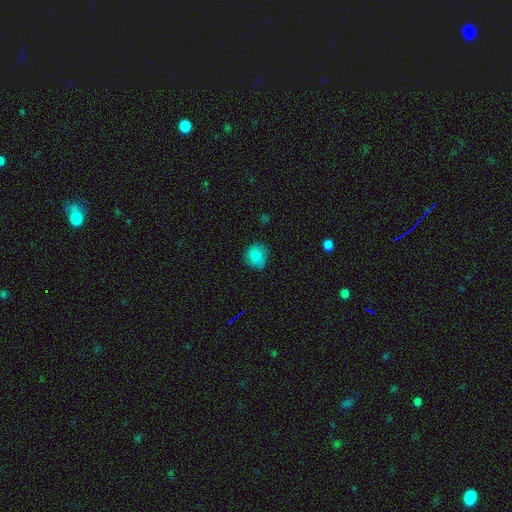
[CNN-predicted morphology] A smooth galaxy with no disk features (83%) that is round (76%). Merging: none (70%).